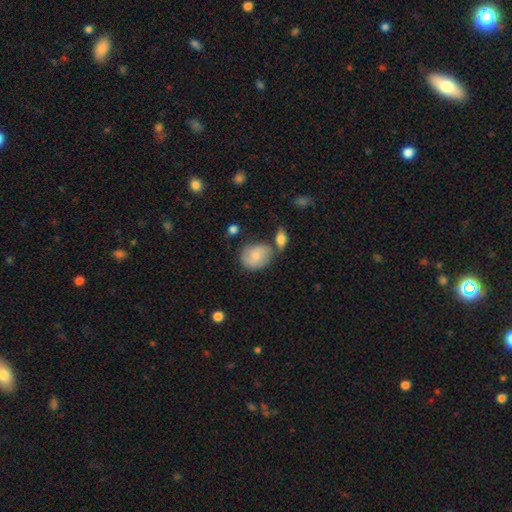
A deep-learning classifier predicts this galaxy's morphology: A smooth galaxy with no disk features (74%) that is in between round and cigar-shaped (51%).

Vote fractions:
- Smooth or featured? smooth: 74% / featured or disk: 19% / star or artifact: 7%
- How rounded? in between: 51% / round: 48% / cigar-shaped: 1%
- Merging? none: 57% / minor disturbance: 21% / merger: 15% / major disturbance: 6%